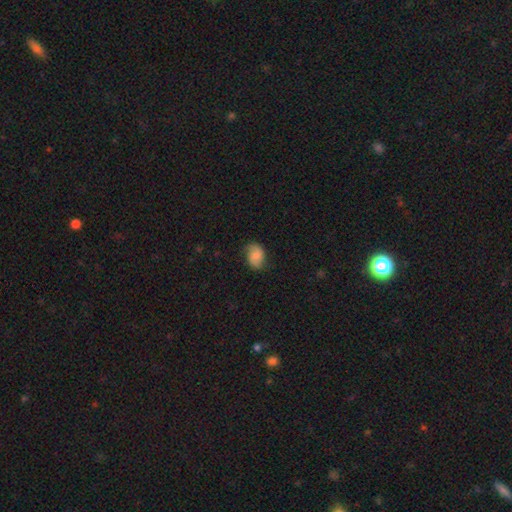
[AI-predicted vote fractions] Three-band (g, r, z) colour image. It shows a smooth galaxy with no disk features (65%) that is in between round and cigar-shaped (71%). Merging: none (71%).